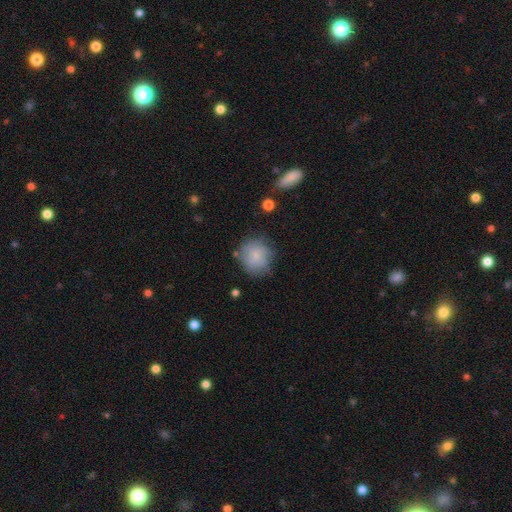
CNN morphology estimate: Smooth or featured? Predicted: smooth (p=0.71). How rounded? Predicted: round (p=0.88). Merging? Predicted: none (p=0.65).